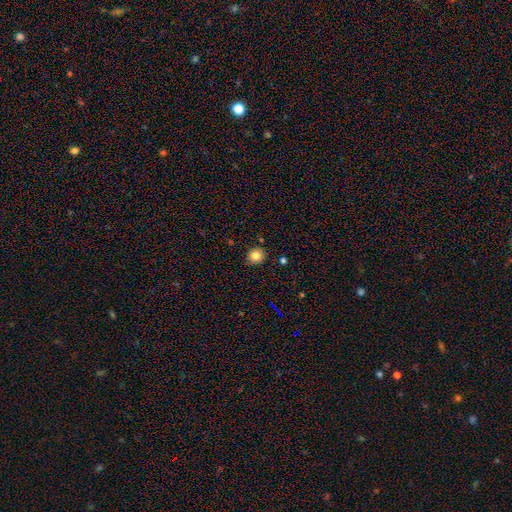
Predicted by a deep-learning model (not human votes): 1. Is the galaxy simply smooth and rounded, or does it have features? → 82% smooth, 11% star or artifact, 7% featured or disk.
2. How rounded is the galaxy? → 84% round, 15% in between, 1% cigar-shaped.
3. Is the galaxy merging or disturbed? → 87% none, 9% minor disturbance, 2% merger, 2% major disturbance.